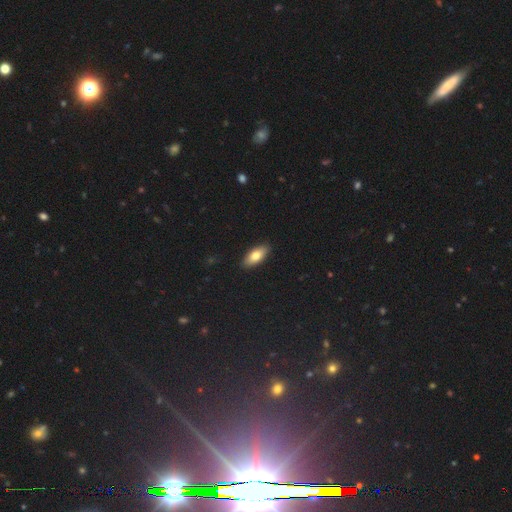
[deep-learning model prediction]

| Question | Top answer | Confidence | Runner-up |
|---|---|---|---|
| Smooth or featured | smooth | 77% | featured or disk (16%) |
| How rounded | in between | 80% | cigar-shaped (17%) |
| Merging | none | 89% | minor disturbance (8%) |